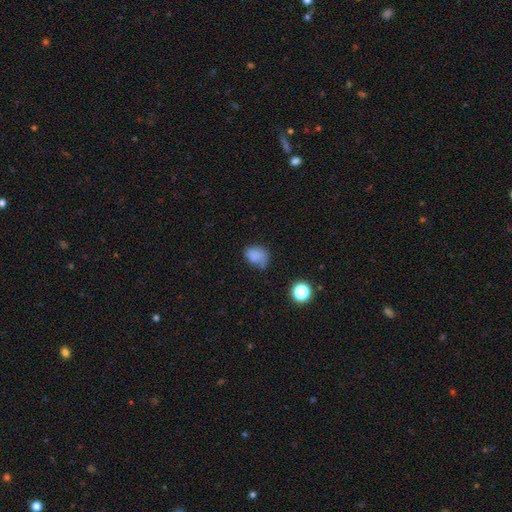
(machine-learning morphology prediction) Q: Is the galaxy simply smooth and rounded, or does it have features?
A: smooth — 76%.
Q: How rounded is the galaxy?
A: in between — 62%.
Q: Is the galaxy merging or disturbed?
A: none — 44%.